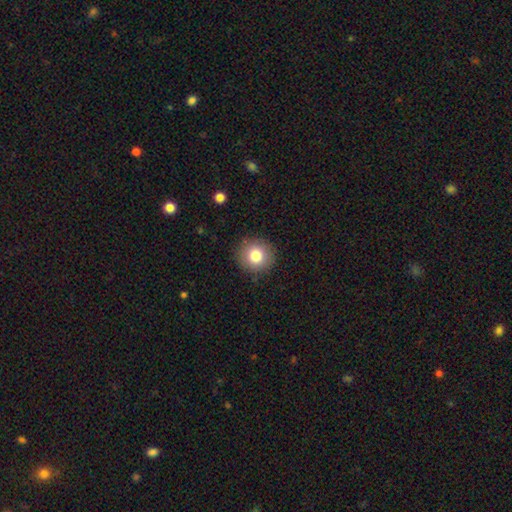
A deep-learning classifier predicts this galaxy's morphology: Q: Smooth or featured?
A: smooth (81%); runner-up: star or artifact (10%)
Q: How rounded?
A: round (93%); runner-up: in between (6%)
Q: Merging?
A: none (90%); runner-up: minor disturbance (7%)